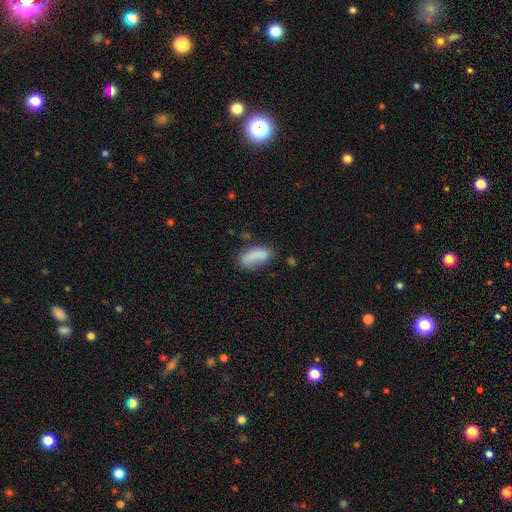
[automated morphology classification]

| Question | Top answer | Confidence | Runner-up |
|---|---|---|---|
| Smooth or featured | smooth | 81% | featured or disk (11%) |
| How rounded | in between | 87% | cigar-shaped (10%) |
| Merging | none | 56% | minor disturbance (26%) |